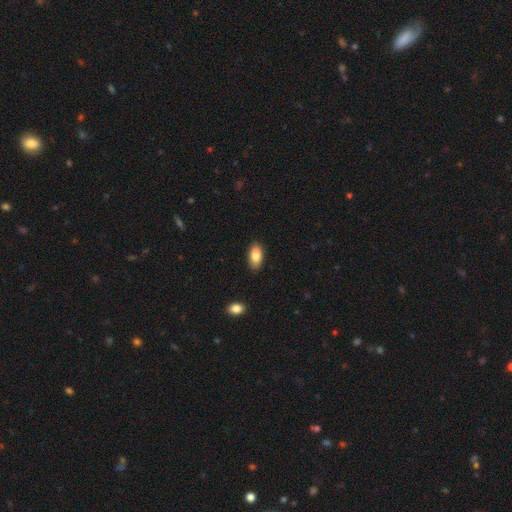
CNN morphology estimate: smooth 85%, featured or disk 8%, star or artifact 7%. Down the decision tree: how rounded — in between (91%); merging — none (87%).